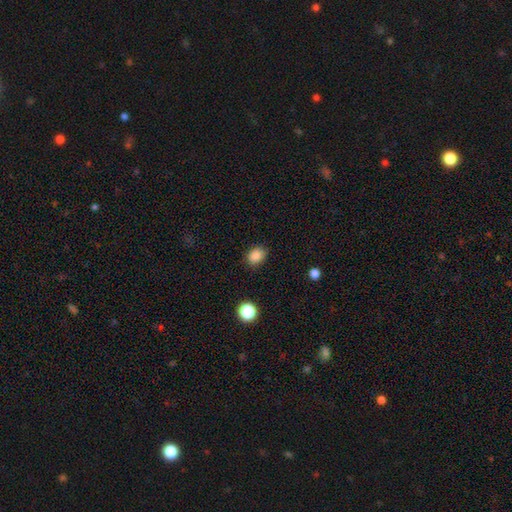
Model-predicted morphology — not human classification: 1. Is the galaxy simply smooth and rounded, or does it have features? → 86% smooth, 10% star or artifact, 3% featured or disk.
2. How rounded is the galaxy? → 61% in between, 38% round, 1% cigar-shaped.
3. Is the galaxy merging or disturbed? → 84% none, 12% minor disturbance, 3% major disturbance, 1% merger.